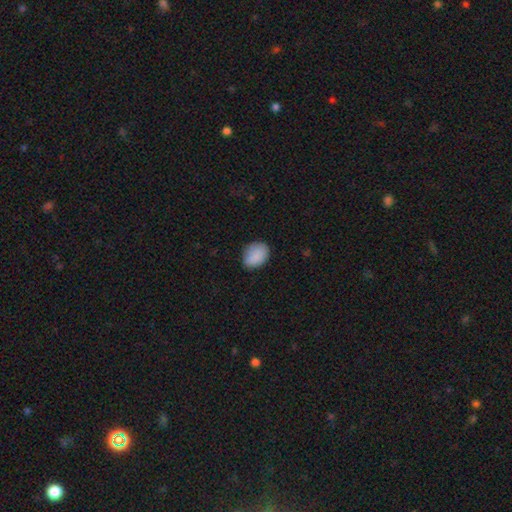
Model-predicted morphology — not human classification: Smooth or featured?
  - smooth: 88% *
  - star or artifact: 8%
  - featured or disk: 5%
How rounded?
  - in between: 68% *
  - round: 31%
  - cigar-shaped: 1%
Merging?
  - none: 77% *
  - minor disturbance: 19%
  - major disturbance: 3%
  - merger: 1%